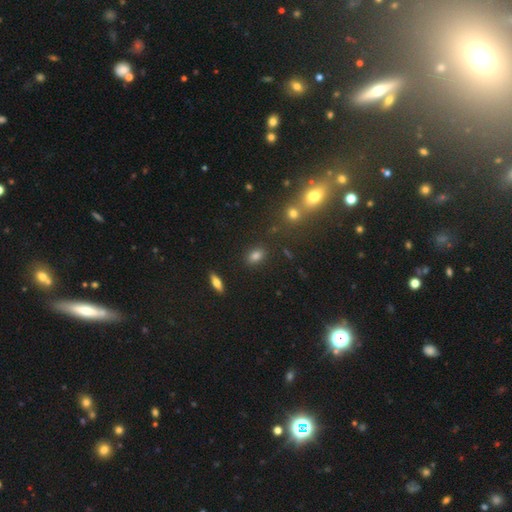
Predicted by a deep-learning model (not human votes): Overall: smooth (78%). How rounded: in between (78%). Merging: none (82%).